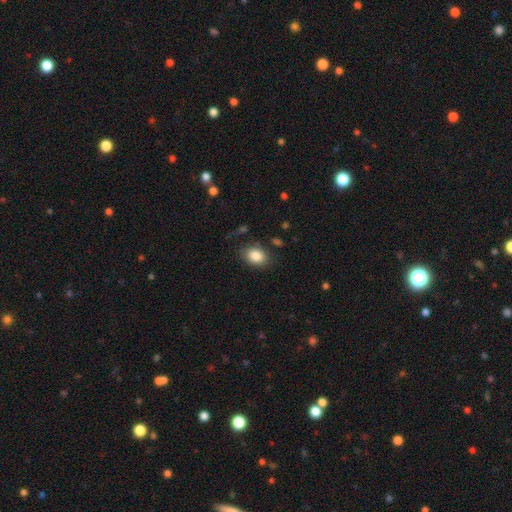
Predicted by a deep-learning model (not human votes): A smooth galaxy with no disk features (85%) that is in between round and cigar-shaped (72%).

Vote fractions:
- Smooth or featured? smooth: 85% / star or artifact: 8% / featured or disk: 7%
- How rounded? in between: 72% / round: 27% / cigar-shaped: 1%
- Merging? none: 78% / minor disturbance: 15% / major disturbance: 5% / merger: 2%